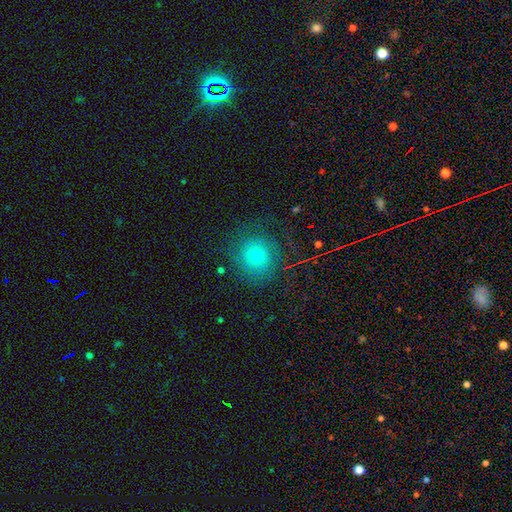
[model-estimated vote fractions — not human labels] This is possibly a smooth galaxy (55%). How rounded: clearly round (89%). Merging: likely none (75%).